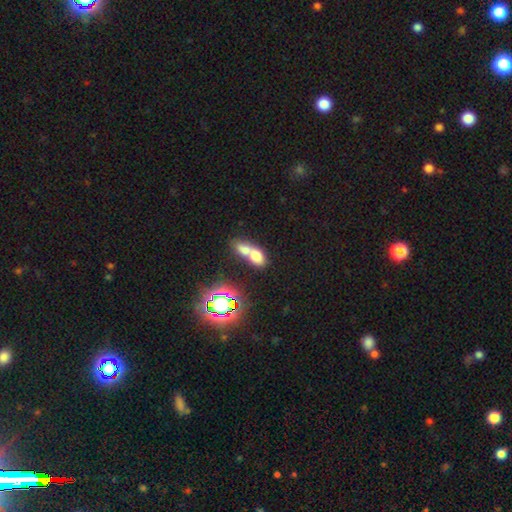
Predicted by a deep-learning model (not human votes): Overall: smooth (65%). How rounded: in between (73%). Merging: merger (73%).